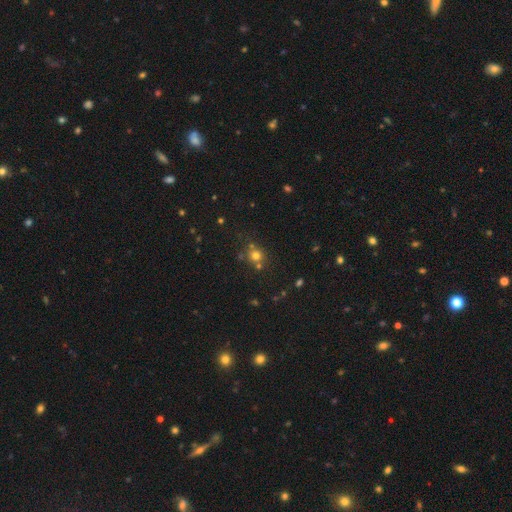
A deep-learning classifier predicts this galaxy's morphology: Overall: smooth (67%). How rounded: round (89%). Merging: none (69%).